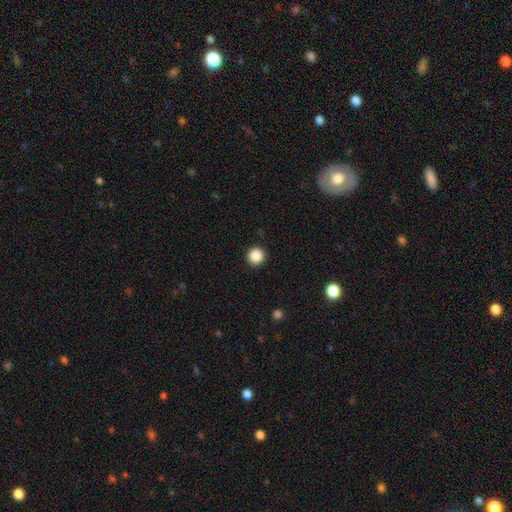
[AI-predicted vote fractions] This is clearly a smooth galaxy (87%). How rounded: clearly round (96%). Merging: clearly none (93%).